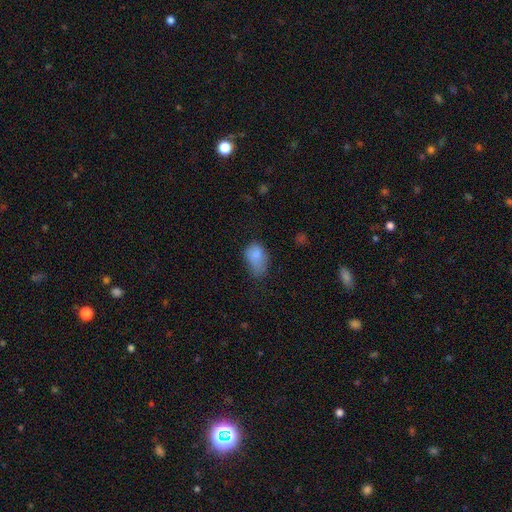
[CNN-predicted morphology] smooth-or-featured: smooth: 81% | star or artifact: 10% | featured or disk: 8%
  how-rounded: in between: 86% | round: 13% | cigar-shaped: 1%
  merging: minor disturbance: 41% | none: 31% | major disturbance: 25% | merger: 3%